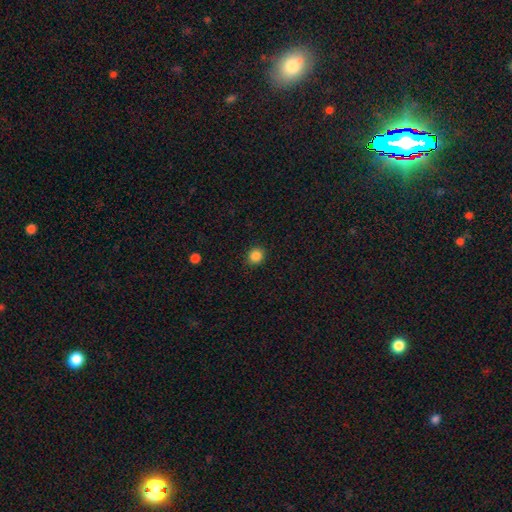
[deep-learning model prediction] Smooth or featured? Predicted: smooth (p=0.86). How rounded? Predicted: round (p=0.85). Merging? Predicted: none (p=0.90).